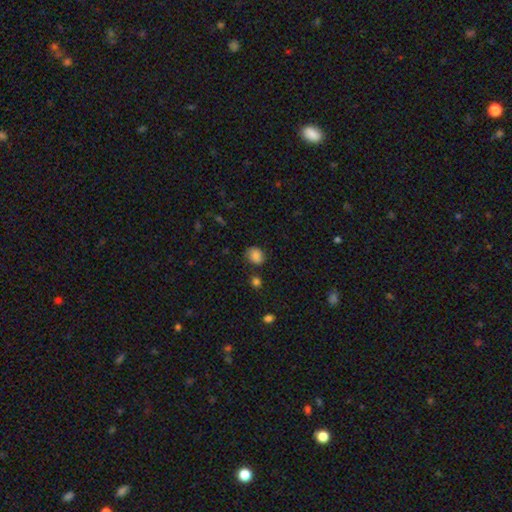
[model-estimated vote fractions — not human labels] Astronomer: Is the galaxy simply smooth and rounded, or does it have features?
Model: smooth — 81%.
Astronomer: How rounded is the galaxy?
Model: round — 57% (runner-up: in between, 42%).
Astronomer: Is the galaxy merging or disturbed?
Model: none — 75%.